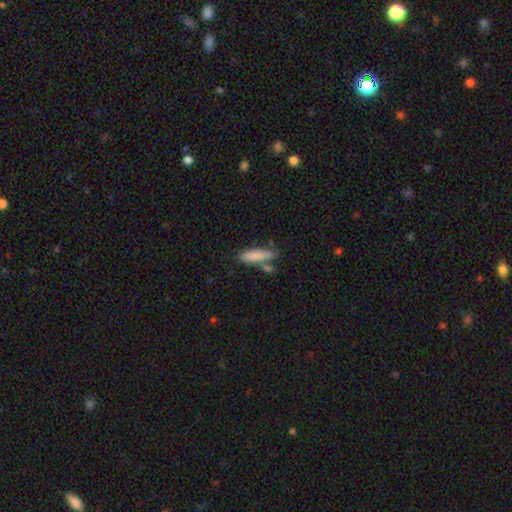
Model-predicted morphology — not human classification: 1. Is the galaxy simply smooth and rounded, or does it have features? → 82% smooth, 11% featured or disk, 6% star or artifact.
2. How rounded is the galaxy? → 67% cigar-shaped, 31% in between, 2% round.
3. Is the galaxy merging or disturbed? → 64% none, 16% minor disturbance, 16% merger, 4% major disturbance.